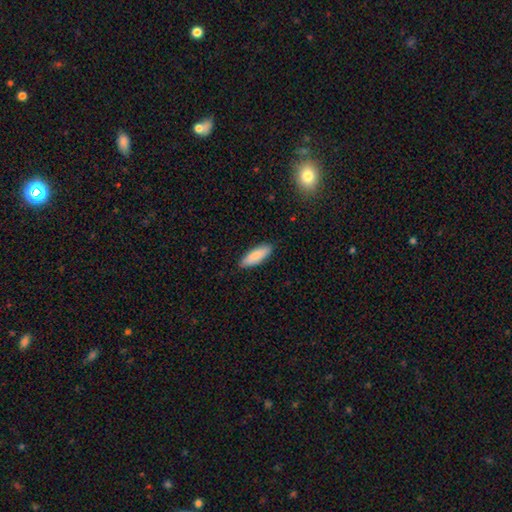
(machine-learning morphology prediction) Smooth or featured? Predicted: smooth (p=0.84). How rounded? Predicted: in between (p=0.54). Merging? Predicted: none (p=0.88).